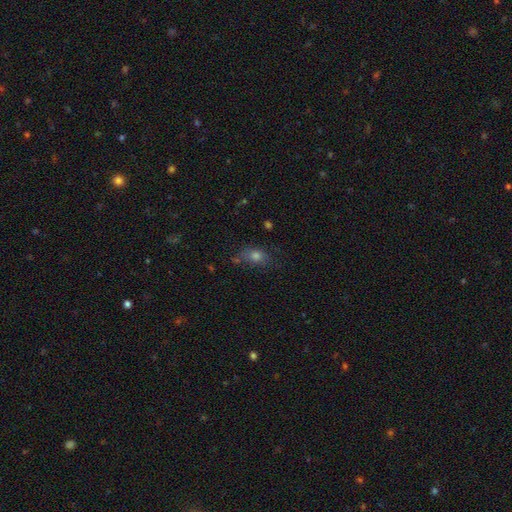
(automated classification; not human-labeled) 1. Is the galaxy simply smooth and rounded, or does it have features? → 69% smooth, 19% star or artifact, 12% featured or disk.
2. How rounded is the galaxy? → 61% in between, 36% round, 3% cigar-shaped.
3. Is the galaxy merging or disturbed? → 63% none, 22% minor disturbance, 8% major disturbance, 6% merger.